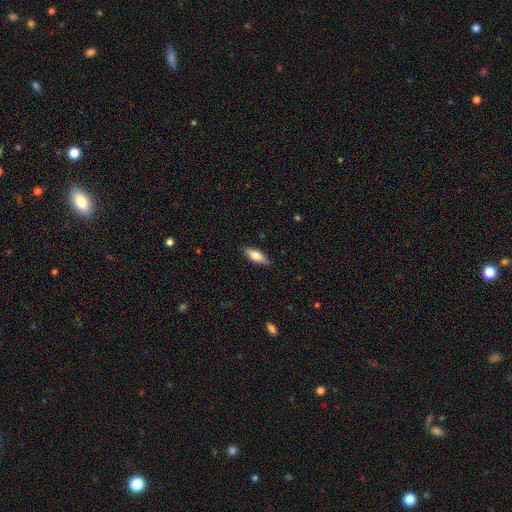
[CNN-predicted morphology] Smooth or featured? smooth (70%)
How rounded? in between (65%)
Merging? none (87%)